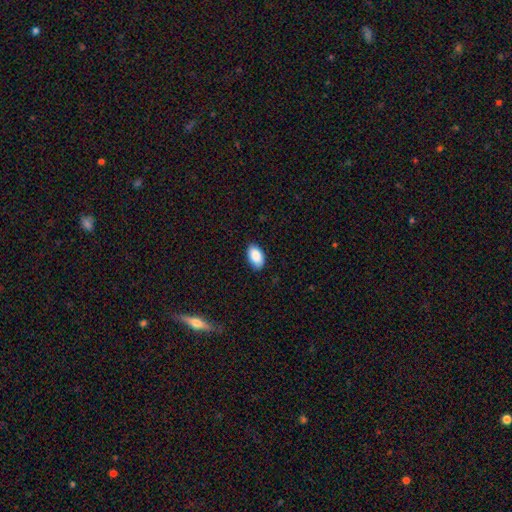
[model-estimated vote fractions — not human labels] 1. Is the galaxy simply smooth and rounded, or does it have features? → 88% smooth, 7% star or artifact, 5% featured or disk.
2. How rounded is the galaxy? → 94% in between, 5% round, 1% cigar-shaped.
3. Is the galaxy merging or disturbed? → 85% none, 12% minor disturbance, 2% major disturbance, 1% merger.